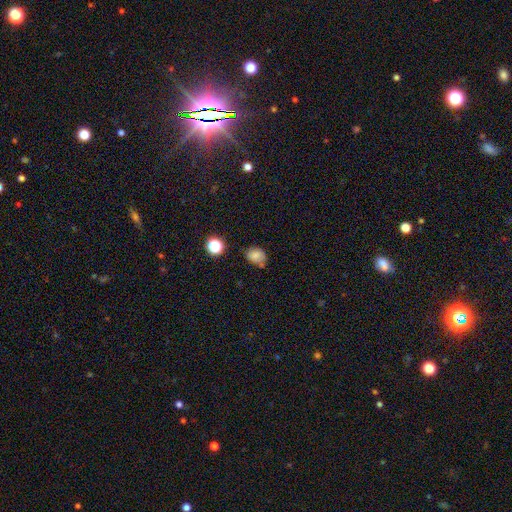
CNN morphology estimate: Smooth or featured? Predicted: smooth (p=0.78). How rounded? Predicted: round (p=0.50). Merging? Predicted: none (p=0.62).